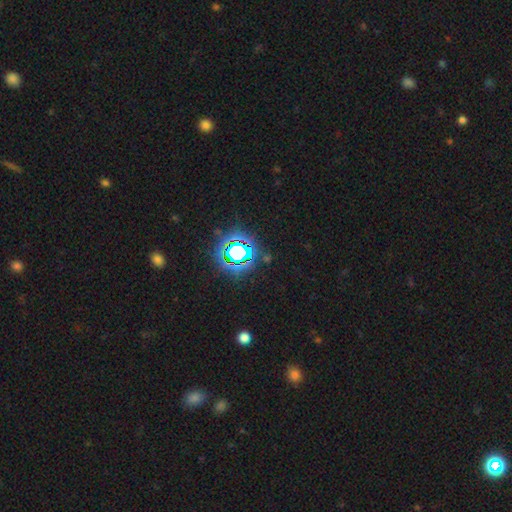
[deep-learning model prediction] Smooth or featured? star or artifact (79%)